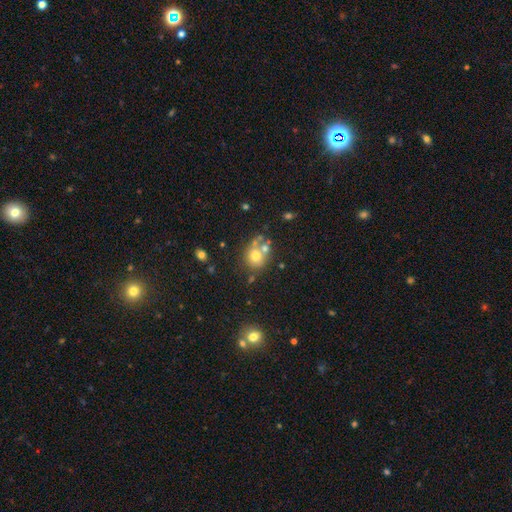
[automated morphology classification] Smooth or featured? smooth (68%)
How rounded? round (75%)
Merging? none (50%)